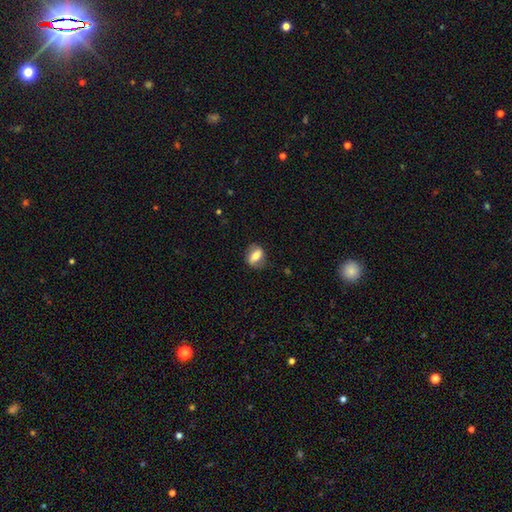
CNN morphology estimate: Smooth or featured: smooth — 57% (featured or disk — 35%)
How rounded: in between — 69% (round — 27%)
Merging: none — 76% (minor disturbance — 17%)